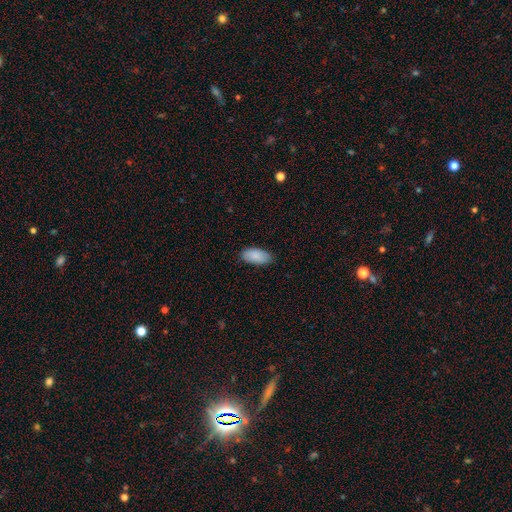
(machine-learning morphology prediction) Q: Smooth or featured?
A: smooth (88%); runner-up: featured or disk (6%)
Q: How rounded?
A: in between (94%); runner-up: cigar-shaped (4%)
Q: Merging?
A: none (85%); runner-up: minor disturbance (12%)